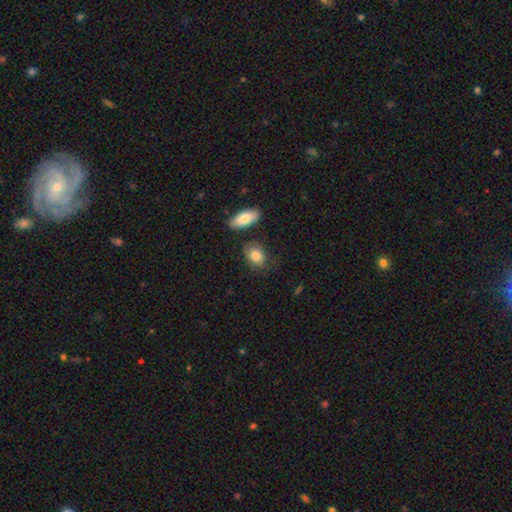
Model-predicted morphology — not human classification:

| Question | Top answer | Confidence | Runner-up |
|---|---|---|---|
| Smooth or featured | smooth | 82% | featured or disk (11%) |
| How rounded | in between | 68% | round (30%) |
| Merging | none | 65% | minor disturbance (21%) |